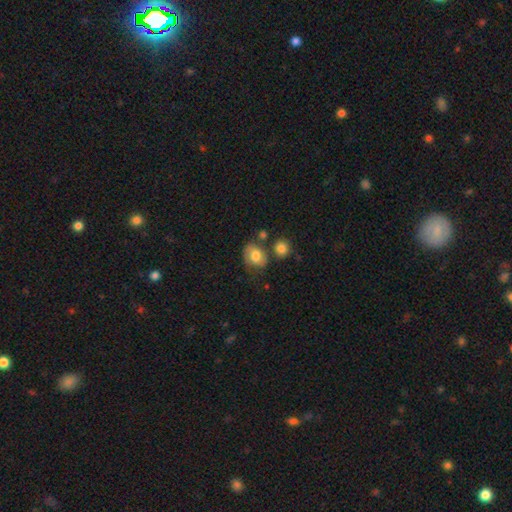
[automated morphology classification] smooth 70%, featured or disk 22%, star or artifact 8%. Down the decision tree: how rounded — in between (57%); merging — none (52%).